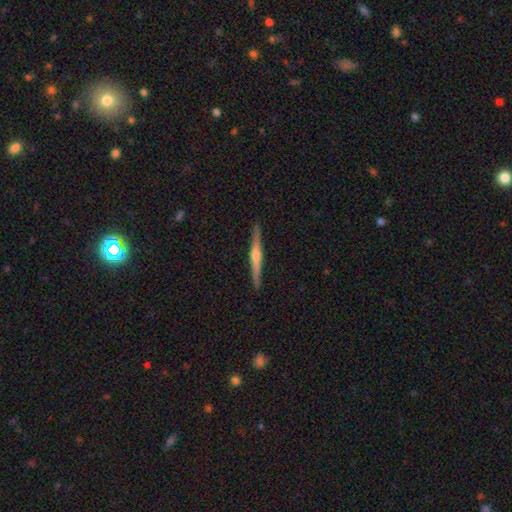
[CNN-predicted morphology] smooth_or_featured: featured or disk (p=0.78) [alt: smooth p=0.17]
disk_edge_on: yes (p=0.98) [alt: no p=0.02]
edge_on_bulge: rounded (p=0.87) [alt: none p=0.07]
merging: none (p=0.92) [alt: minor disturbance p=0.05]